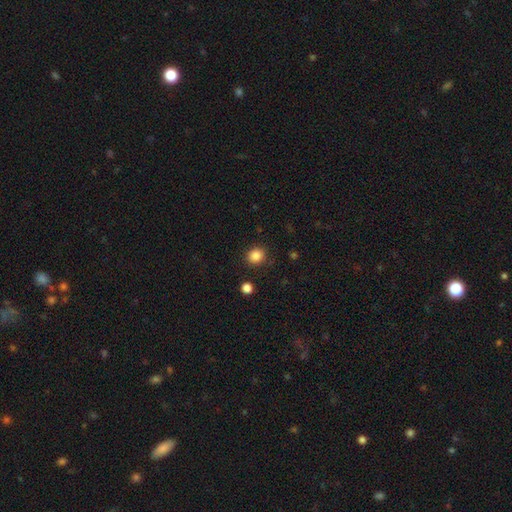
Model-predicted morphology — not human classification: The model was most divided on "how rounded": round: 75%, in between: 24%, cigar-shaped: 1%. More confident: merging — none (87%); smooth or featured — smooth (86%).